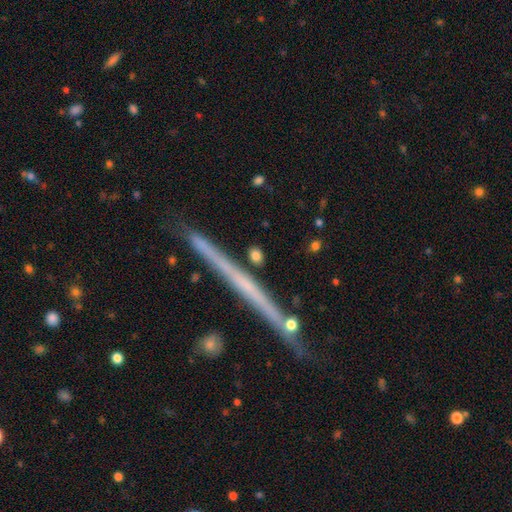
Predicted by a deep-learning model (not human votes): Smooth or featured?
  - smooth: 75% *
  - featured or disk: 14%
  - star or artifact: 11%
How rounded?
  - round: 54% *
  - in between: 25%
  - cigar-shaped: 21%
Merging?
  - none: 86% *
  - minor disturbance: 8%
  - merger: 4%
  - major disturbance: 2%